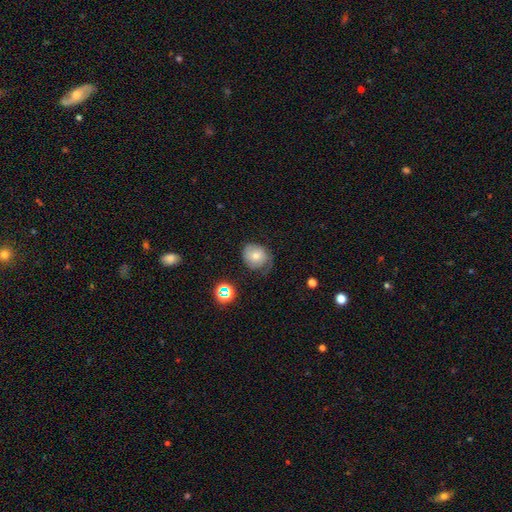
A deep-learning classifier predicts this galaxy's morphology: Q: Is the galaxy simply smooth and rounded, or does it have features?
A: smooth — 56%.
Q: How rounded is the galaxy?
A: round — 71%.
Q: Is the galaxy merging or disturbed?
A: none — 45%.